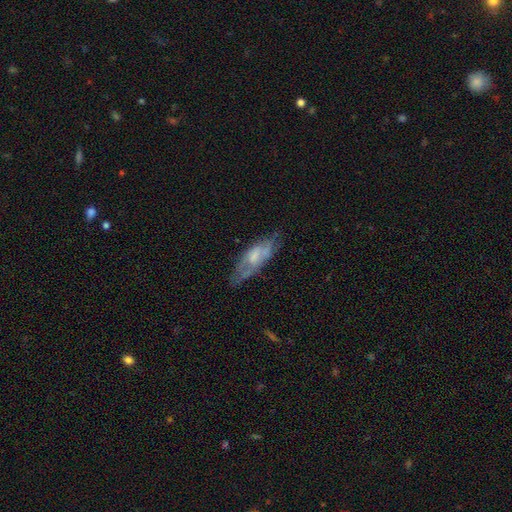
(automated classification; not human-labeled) Smooth or featured? Predicted: featured or disk (p=0.55). Edge-on disk? Predicted: no (p=0.74). Merging? Predicted: none (p=0.59).